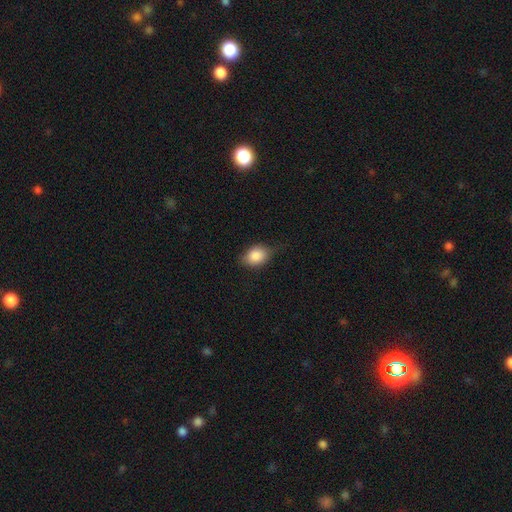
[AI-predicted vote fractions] Overall: smooth (84%). How rounded: in between (69%). Merging: none (60%; minor disturbance 31%).